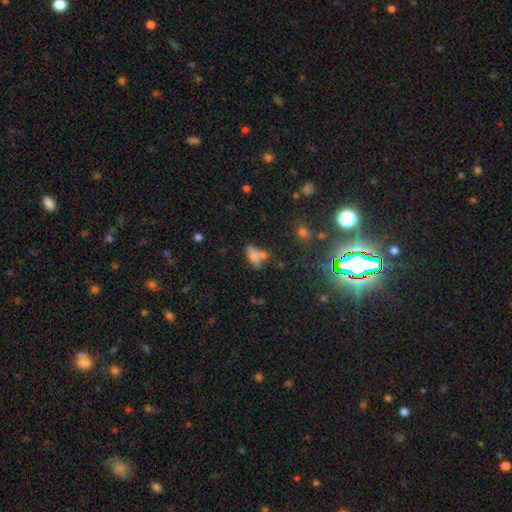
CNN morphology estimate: smooth 63%, featured or disk 21%, star or artifact 16%. Down the decision tree: how rounded — in between (81%); merging — none (34%).